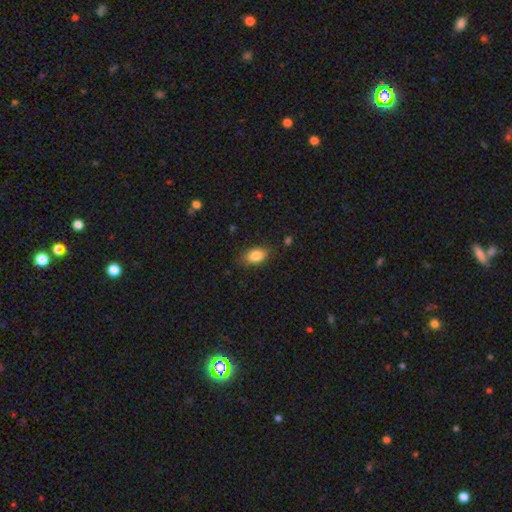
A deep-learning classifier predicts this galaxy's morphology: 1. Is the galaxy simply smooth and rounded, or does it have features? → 84% smooth, 8% featured or disk, 8% star or artifact.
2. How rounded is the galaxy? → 87% in between, 10% round, 3% cigar-shaped.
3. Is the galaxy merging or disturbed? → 80% none, 16% minor disturbance, 3% major disturbance, 1% merger.